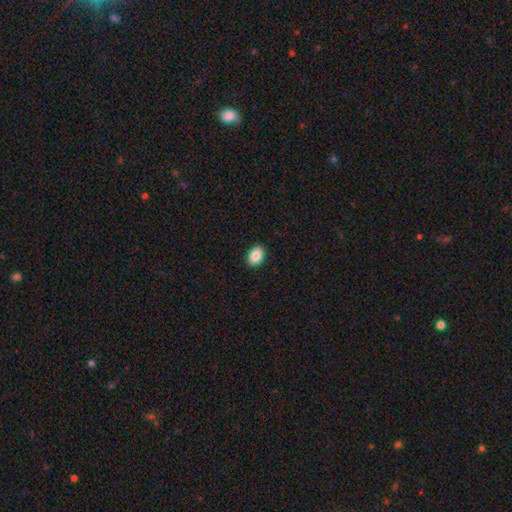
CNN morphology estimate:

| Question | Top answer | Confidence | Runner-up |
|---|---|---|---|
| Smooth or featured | smooth | 87% | star or artifact (8%) |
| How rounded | in between | 80% | round (19%) |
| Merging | none | 91% | minor disturbance (7%) |